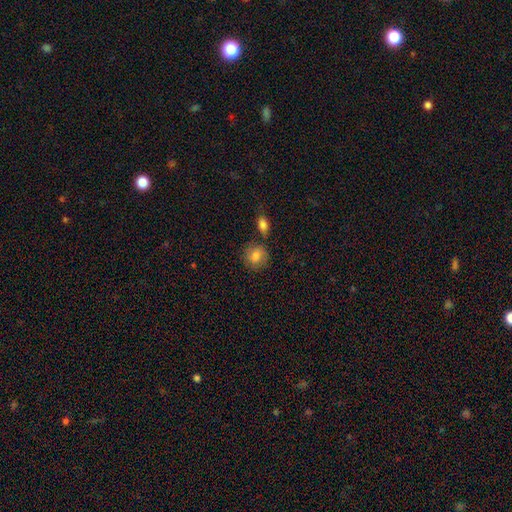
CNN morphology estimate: smooth 76%, featured or disk 16%, star or artifact 8%. Down the decision tree: how rounded — round (74%); merging — none (70%).